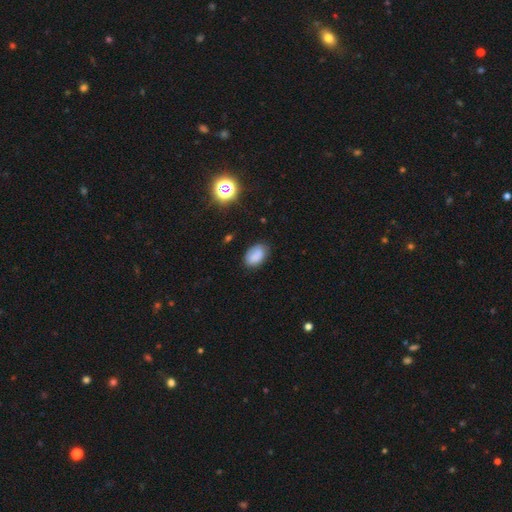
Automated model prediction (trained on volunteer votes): smooth_or_featured: smooth (p=0.82) [alt: star or artifact p=0.10]
how_rounded: in between (p=0.87) [alt: round p=0.12]
merging: none (p=0.72) [alt: minor disturbance p=0.21]